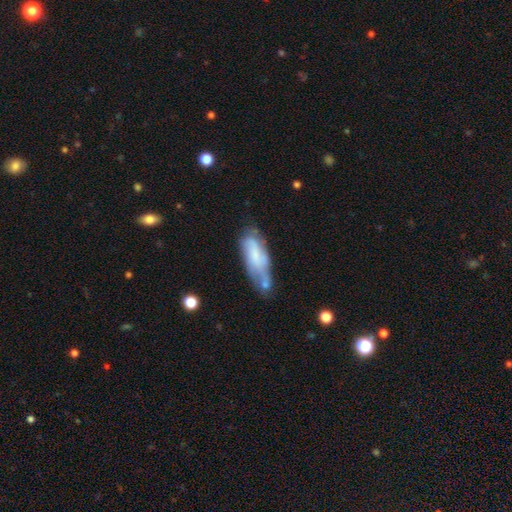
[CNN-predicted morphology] This appears to be a smooth galaxy with no disk features (55%) that is in between round and cigar-shaped (69%). Merging: none (35%).